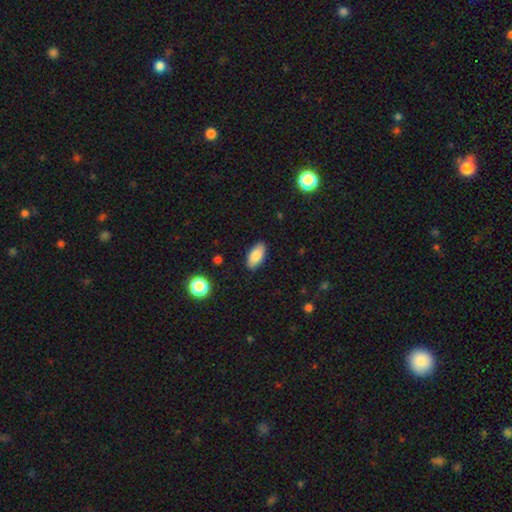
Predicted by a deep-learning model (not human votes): Smooth or featured: smooth — 83% (featured or disk — 10%)
How rounded: in between — 90% (cigar-shaped — 7%)
Merging: none — 87% (minor disturbance — 10%)